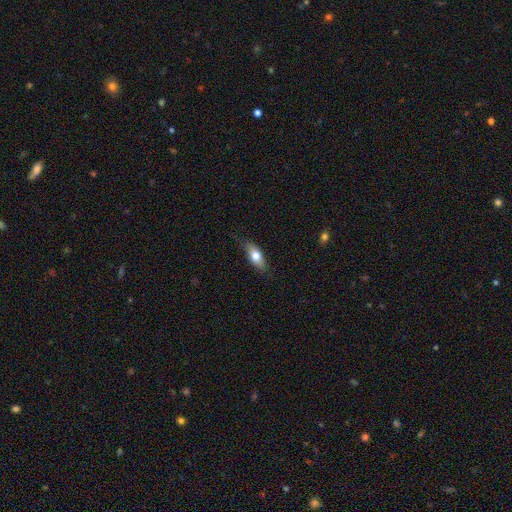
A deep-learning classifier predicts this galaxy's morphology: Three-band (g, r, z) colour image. It shows a smooth galaxy with no disk features (71%) that is in between round and cigar-shaped (76%). Merging: none (77%).